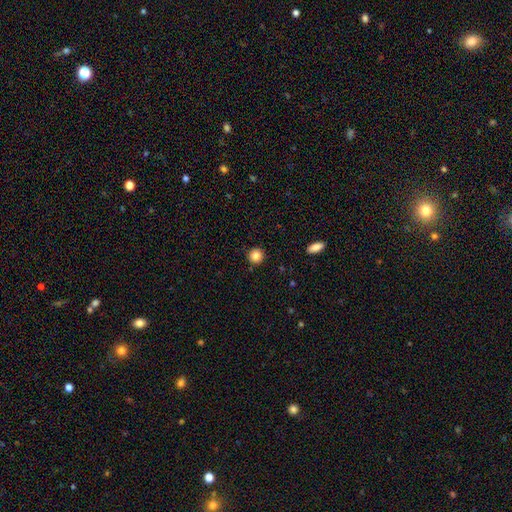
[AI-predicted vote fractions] This appears to be a smooth galaxy with no disk features (84%) that is round (94%). Merging: none (92%).